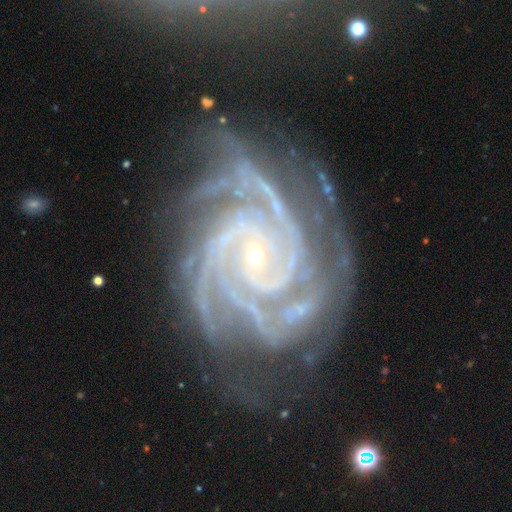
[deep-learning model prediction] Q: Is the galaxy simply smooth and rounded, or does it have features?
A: featured or disk — 93%.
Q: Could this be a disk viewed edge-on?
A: no — 98%.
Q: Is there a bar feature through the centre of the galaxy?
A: no — 65%.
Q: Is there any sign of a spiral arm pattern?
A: yes — 99%.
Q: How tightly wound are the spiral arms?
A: tight — 76%.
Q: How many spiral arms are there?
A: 4 — 33%.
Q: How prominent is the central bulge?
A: small — 86%.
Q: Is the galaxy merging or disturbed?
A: none — 62%.